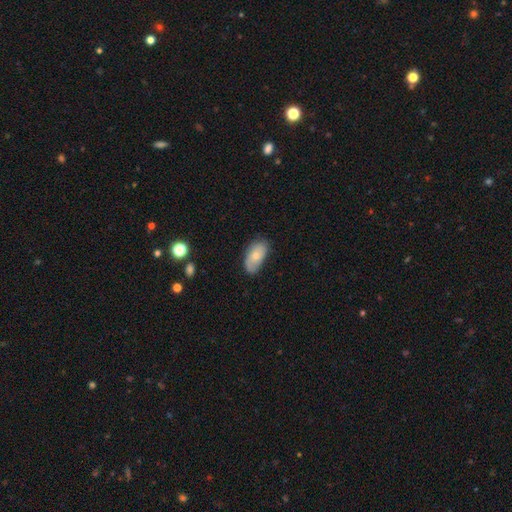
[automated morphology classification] type=smooth (70%); roundness=in between (93%); merging=none (66%).